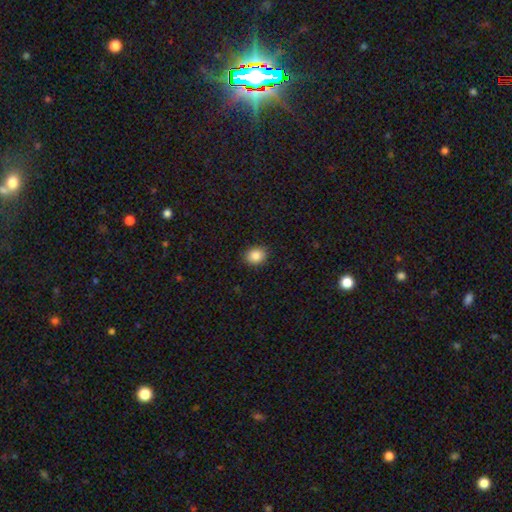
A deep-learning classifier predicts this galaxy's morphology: Smooth or featured?
  - smooth: 85% *
  - star or artifact: 9%
  - featured or disk: 5%
How rounded?
  - round: 53% *
  - in between: 47%
  - cigar-shaped: 1%
Merging?
  - none: 89% *
  - minor disturbance: 8%
  - major disturbance: 2%
  - merger: 1%